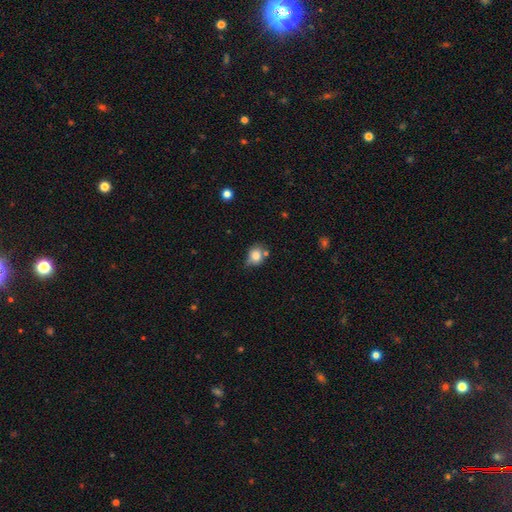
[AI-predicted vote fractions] Overall: smooth (78%). How rounded: round (67%; in between 32%). Merging: none (52%; minor disturbance 27%).